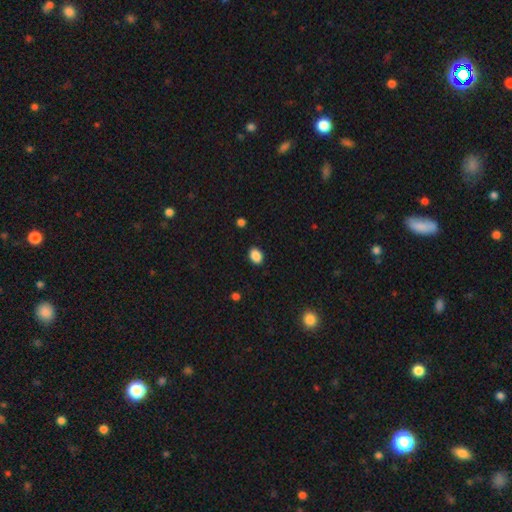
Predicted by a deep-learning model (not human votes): The model was most divided on "how rounded": in between: 73%, round: 26%, cigar-shaped: 1%. More confident: merging — none (89%); smooth or featured — smooth (88%).